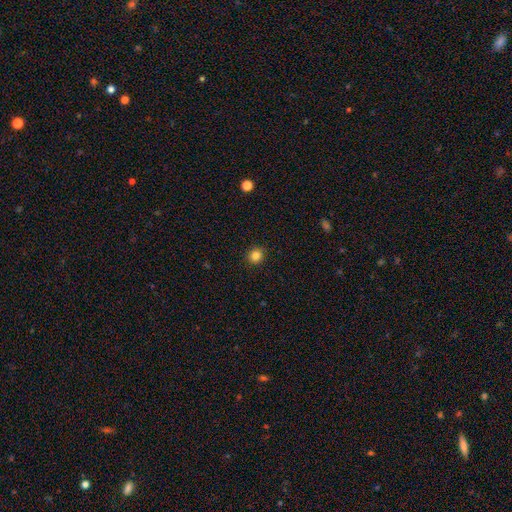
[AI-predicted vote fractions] The model was most divided on "smooth or featured": smooth: 84%, star or artifact: 12%, featured or disk: 4%. More confident: merging — none (91%); how rounded — round (90%).